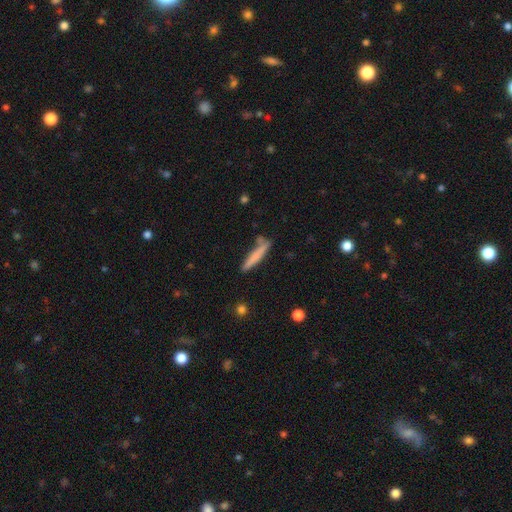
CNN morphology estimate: The model was most divided on "smooth or featured": smooth: 70%, featured or disk: 23%, star or artifact: 6%. More confident: how rounded — cigar-shaped (93%); merging — none (74%).